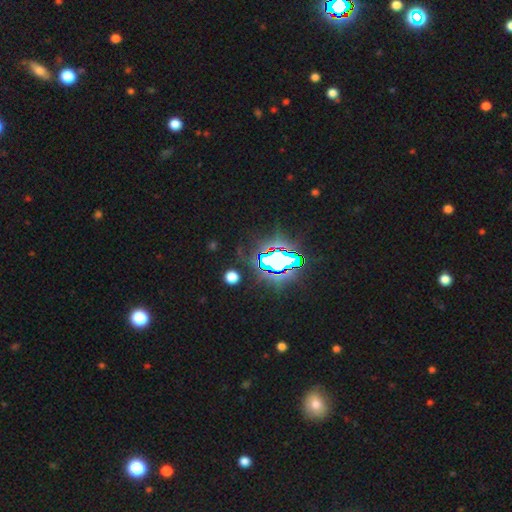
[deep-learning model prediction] A star or artifact, not a galaxy (82%).